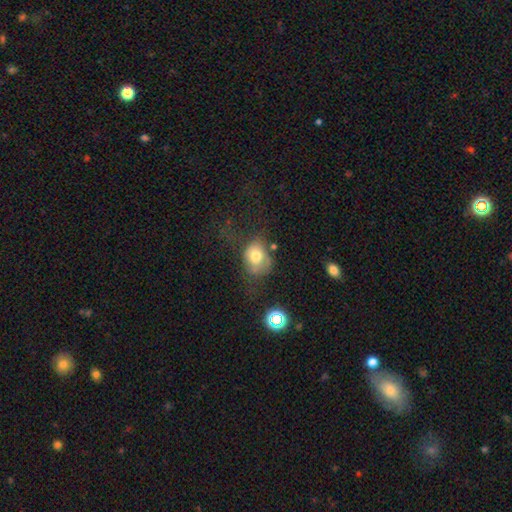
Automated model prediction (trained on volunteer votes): The model was most divided on "merging": none: 37%, minor disturbance: 29%, major disturbance: 28%, merger: 6%. More confident: smooth or featured — smooth (69%); how rounded — in between (54%).